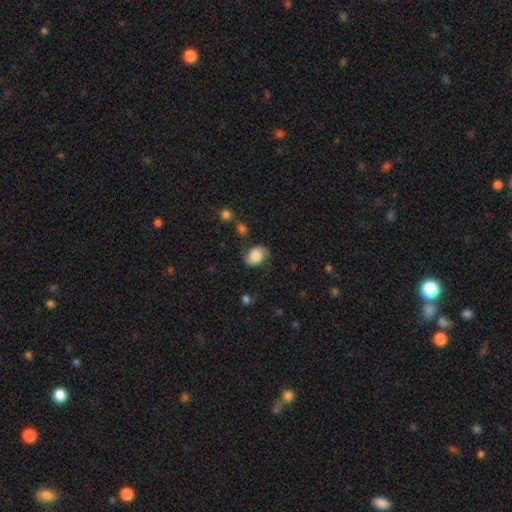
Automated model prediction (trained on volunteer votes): smooth_or_featured: smooth (p=0.65) [alt: featured or disk p=0.26]
how_rounded: in between (p=0.77) [alt: round p=0.22]
merging: none (p=0.62) [alt: minor disturbance p=0.26]